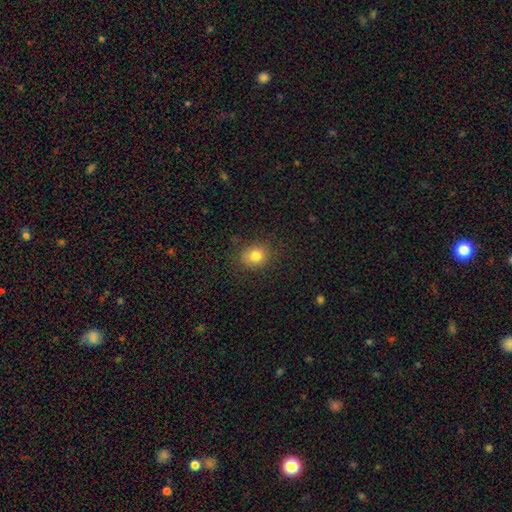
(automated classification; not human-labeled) A smooth galaxy with no disk features (81%) that is round (66%).

Vote fractions:
- Smooth or featured? smooth: 81% / star or artifact: 12% / featured or disk: 7%
- How rounded? round: 66% / in between: 33% / cigar-shaped: 1%
- Merging? none: 84% / minor disturbance: 11% / major disturbance: 4% / merger: 1%